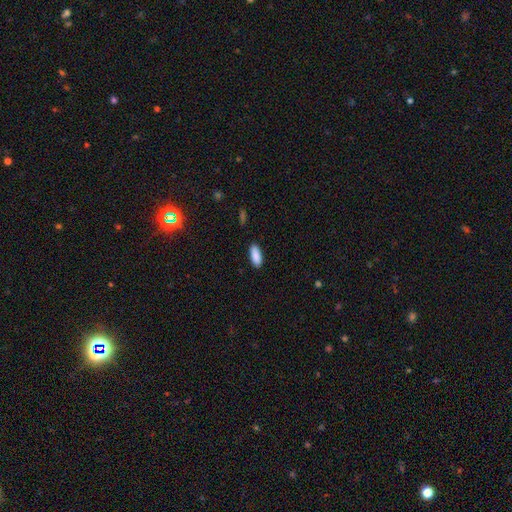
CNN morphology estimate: Smooth or featured? Predicted: smooth (p=0.90). How rounded? Predicted: in between (p=0.77). Merging? Predicted: none (p=0.89).